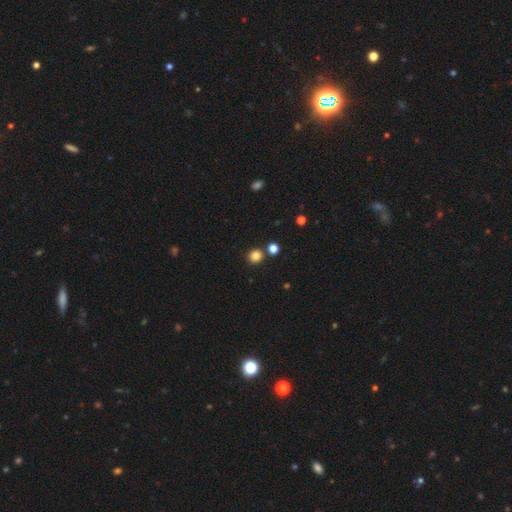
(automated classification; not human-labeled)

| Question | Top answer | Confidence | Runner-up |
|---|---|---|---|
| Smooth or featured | smooth | 84% | star or artifact (13%) |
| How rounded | round | 90% | in between (9%) |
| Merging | none | 84% | merger (7%) |